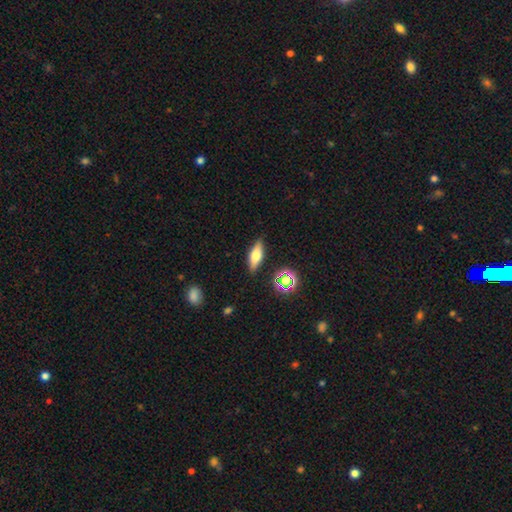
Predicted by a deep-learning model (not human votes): Morphology: type=smooth (57%); roundness=in between (55%); merging=none (86%).